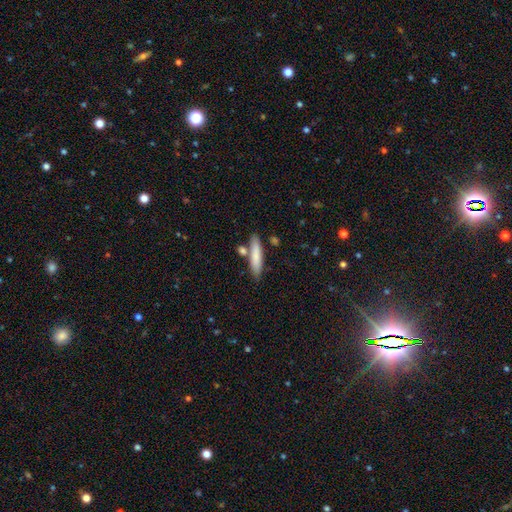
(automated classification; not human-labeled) smooth_or_featured: smooth (p=0.78) [alt: featured or disk p=0.16]
how_rounded: cigar-shaped (p=0.81) [alt: in between p=0.17]
merging: none (p=0.73) [alt: minor disturbance p=0.12]